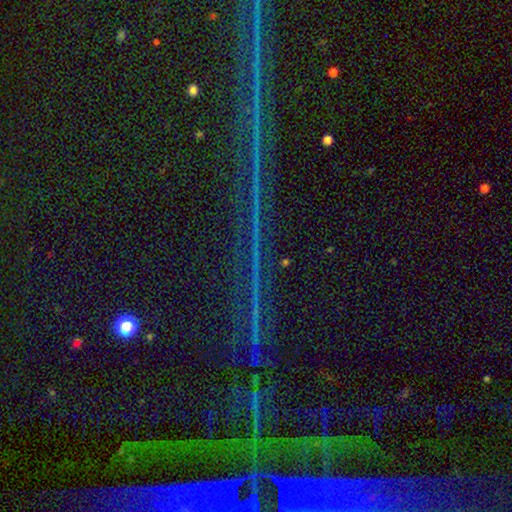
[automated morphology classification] A star or artifact, not a galaxy (87%).